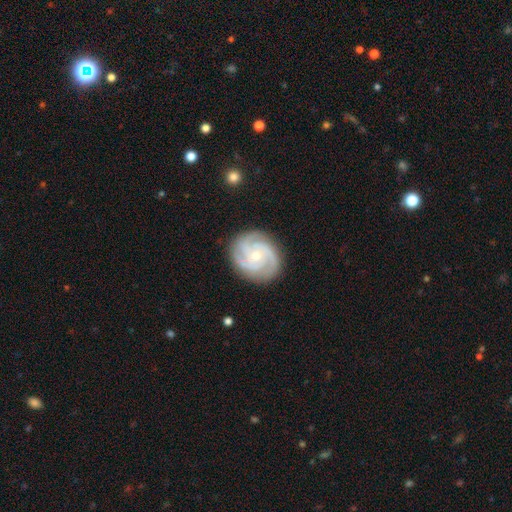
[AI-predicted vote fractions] Morphology: type=featured or disk (89%); edge-on=no (98%); bar=no (70%); spiral arms=yes (98%); winding=tight (63%); arm count=3 (56%); bulge=small (60%); merging=none (84%).